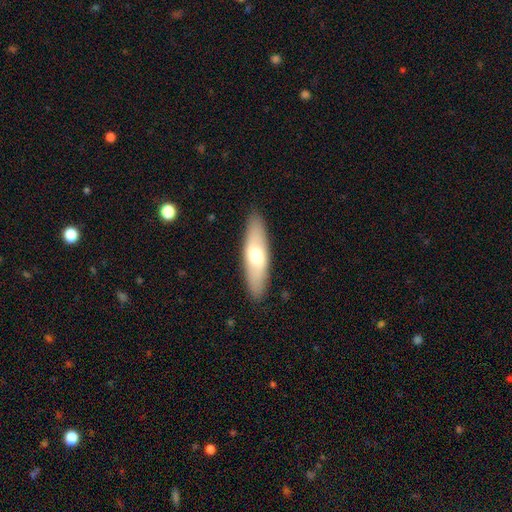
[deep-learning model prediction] smooth_or_featured: smooth (p=0.58) [alt: featured or disk p=0.36]
how_rounded: cigar-shaped (p=0.53) [alt: in between p=0.45]
merging: none (p=0.89) [alt: minor disturbance p=0.08]